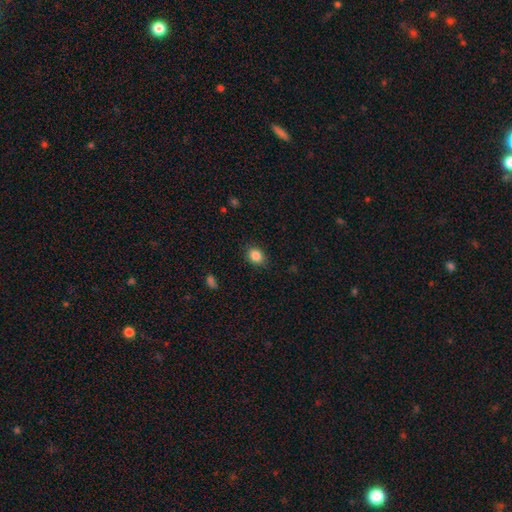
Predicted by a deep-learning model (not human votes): smooth-or-featured: smooth: 86% | star or artifact: 10% | featured or disk: 4%
  how-rounded: round: 51% | in between: 48% | cigar-shaped: 1%
  merging: none: 87% | minor disturbance: 10% | major disturbance: 3% | merger: 1%